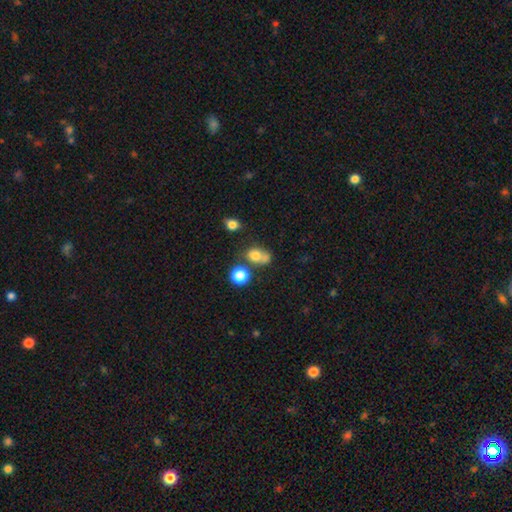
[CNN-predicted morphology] Smooth or featured? Predicted: smooth (p=0.74). How rounded? Predicted: round (p=0.54). Merging? Predicted: merger (p=0.38, tied with none).